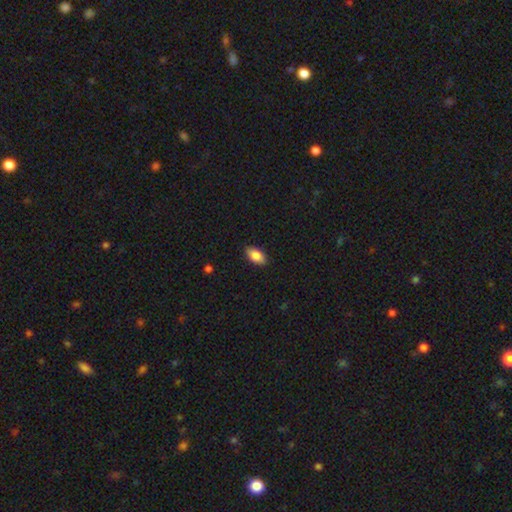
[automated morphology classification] smooth_or_featured: smooth (p=0.84) [alt: featured or disk p=0.09]
how_rounded: in between (p=0.92) [alt: cigar-shaped p=0.04]
merging: none (p=0.89) [alt: minor disturbance p=0.08]